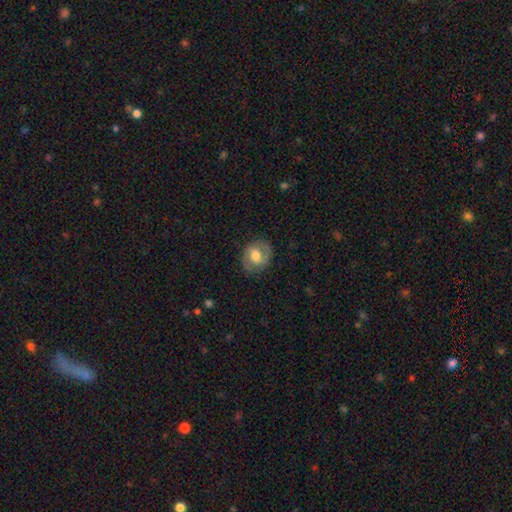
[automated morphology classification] Smooth or featured? featured or disk (49%)
Merging? none (79%)